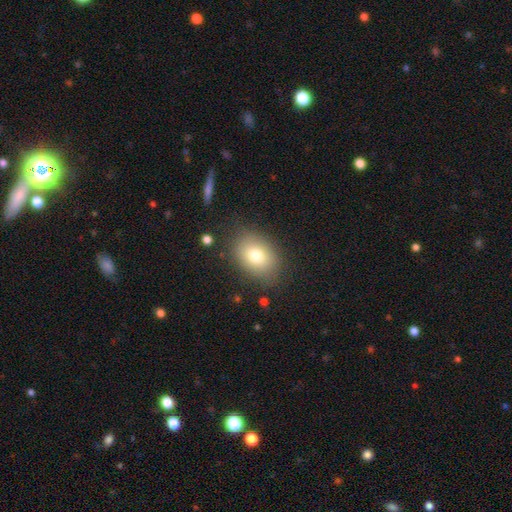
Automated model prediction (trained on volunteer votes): A smooth galaxy with no disk features (77%) that is in between round and cigar-shaped (69%). Merging: none (81%).